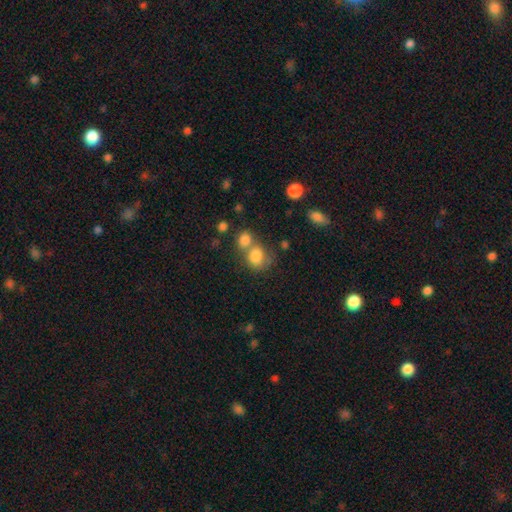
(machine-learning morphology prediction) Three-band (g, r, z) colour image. It shows a smooth galaxy with no disk features (80%) that is round (60%). Merging: merger (50%).